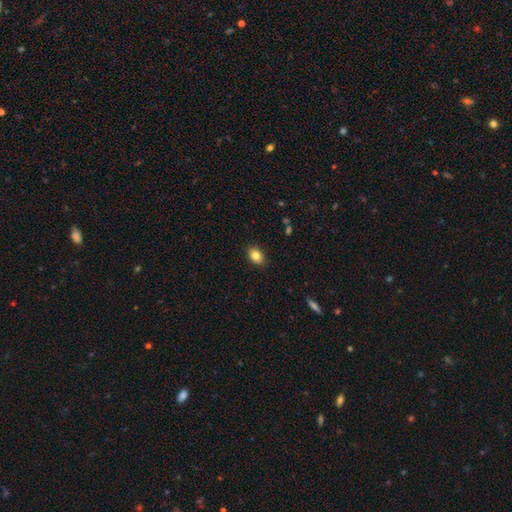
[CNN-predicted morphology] smooth_or_featured: smooth (p=0.84) [alt: star or artifact p=0.09]
how_rounded: in between (p=0.74) [alt: round p=0.25]
merging: none (p=0.88) [alt: minor disturbance p=0.09]